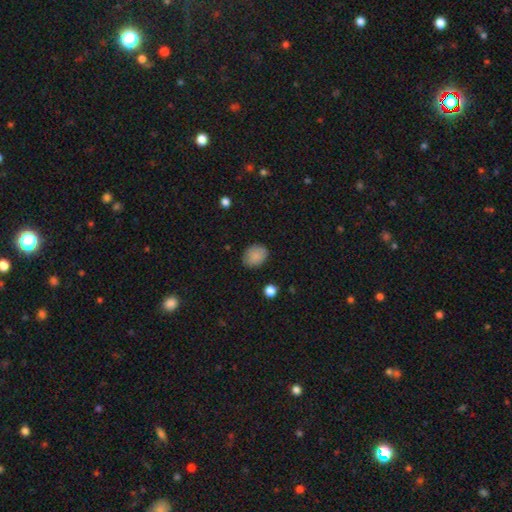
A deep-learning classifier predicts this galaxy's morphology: A smooth galaxy with no disk features (86%) that is in between round and cigar-shaped (55%).

Vote fractions:
- Smooth or featured? smooth: 86% / star or artifact: 8% / featured or disk: 6%
- How rounded? in between: 55% / round: 44% / cigar-shaped: 1%
- Merging? none: 83% / minor disturbance: 13% / major disturbance: 3% / merger: 1%